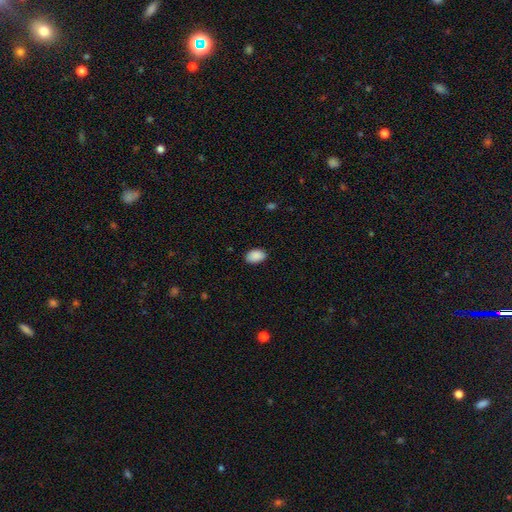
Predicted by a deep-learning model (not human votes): This is clearly a smooth galaxy (90%). How rounded: clearly in between (90%). Merging: clearly none (86%).